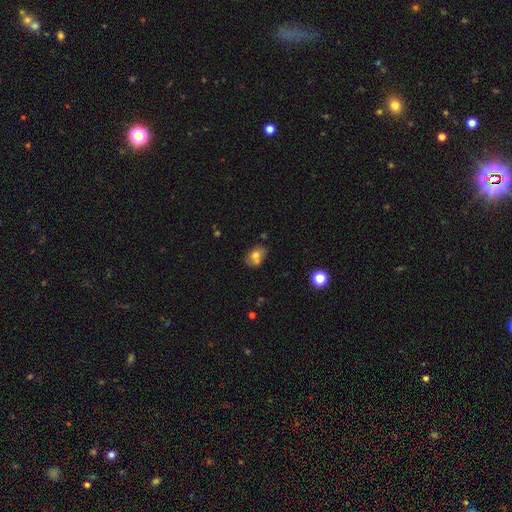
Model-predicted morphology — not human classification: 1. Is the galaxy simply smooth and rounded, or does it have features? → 68% smooth, 21% featured or disk, 11% star or artifact.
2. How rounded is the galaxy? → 66% in between, 33% round, 1% cigar-shaped.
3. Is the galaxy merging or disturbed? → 46% none, 30% merger, 18% minor disturbance, 6% major disturbance.